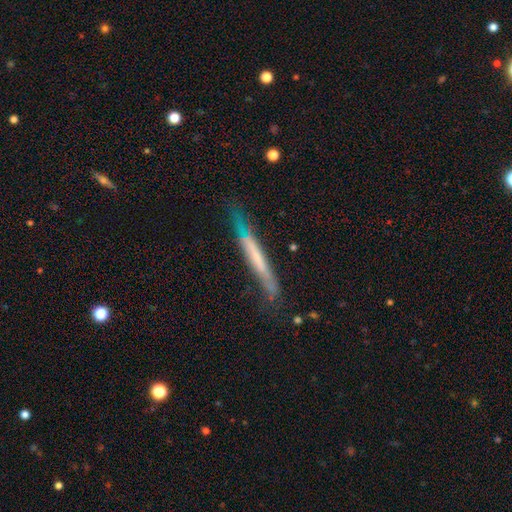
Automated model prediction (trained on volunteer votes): Smooth or featured? featured or disk (54%)
Edge-on disk? yes (86%)
Merging? none (65%)